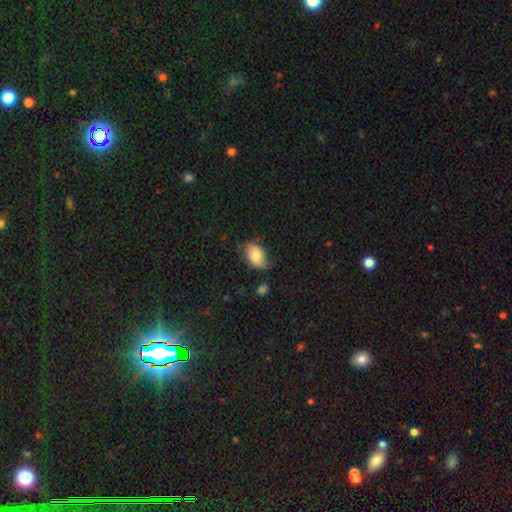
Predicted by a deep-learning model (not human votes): Overall: smooth (72%). How rounded: in between (91%). Merging: none (61%; minor disturbance 30%).